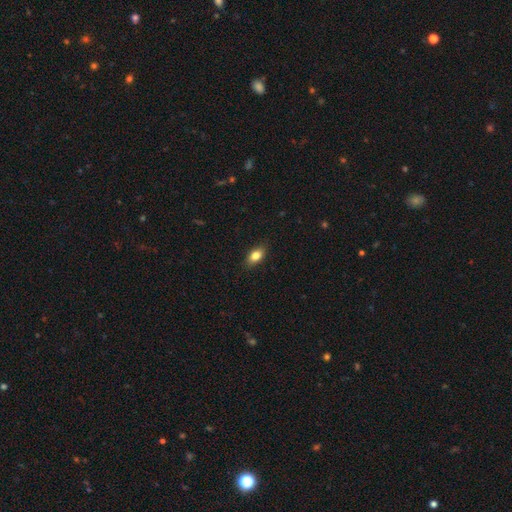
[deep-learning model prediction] A smooth galaxy with no disk features (83%) that is in between round and cigar-shaped (86%). Merging: none (87%).